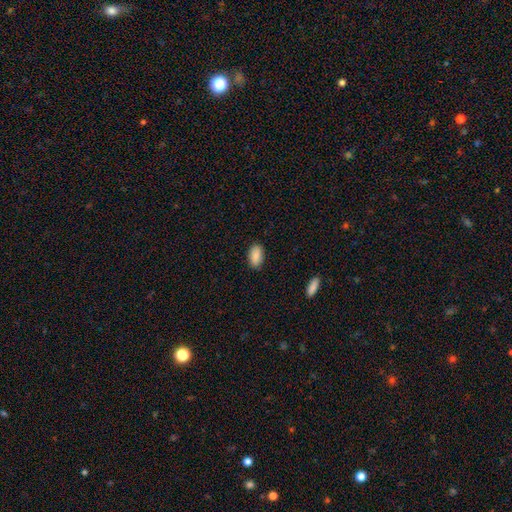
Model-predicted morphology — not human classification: Q: Smooth or featured?
A: smooth (88%); runner-up: star or artifact (7%)
Q: How rounded?
A: in between (93%); runner-up: round (5%)
Q: Merging?
A: none (88%); runner-up: minor disturbance (9%)